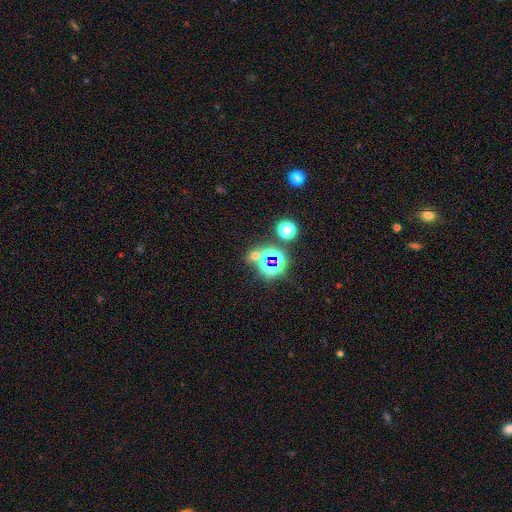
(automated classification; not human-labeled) smooth-or-featured: star or artifact: 57% | smooth: 33% | featured or disk: 9%